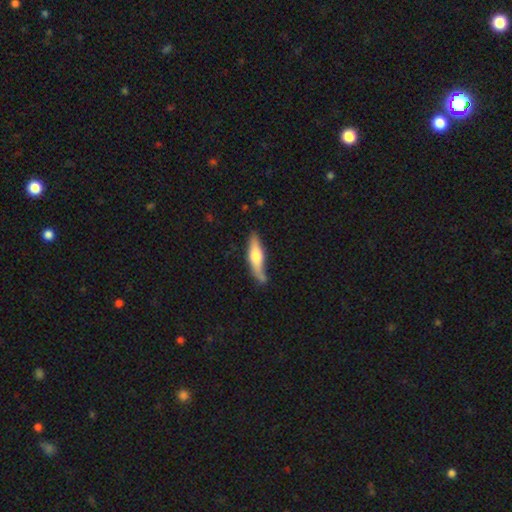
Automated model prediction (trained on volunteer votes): Smooth or featured? featured or disk (48%)
Merging? none (68%)